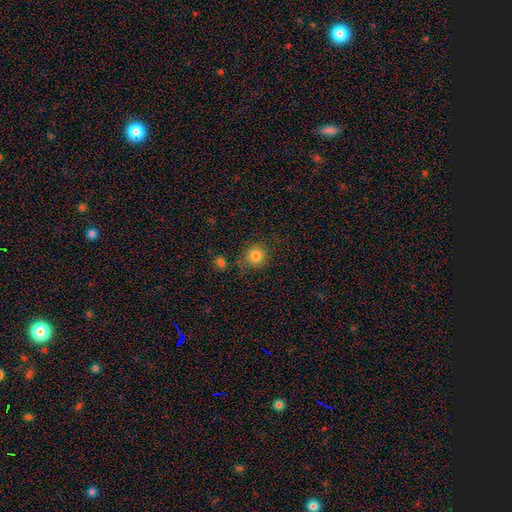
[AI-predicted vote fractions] A smooth galaxy with no disk features (82%) that is round (91%).

Vote fractions:
- Smooth or featured? smooth: 82% / star or artifact: 12% / featured or disk: 6%
- How rounded? round: 91% / in between: 8% / cigar-shaped: 1%
- Merging? none: 78% / minor disturbance: 12% / merger: 5% / major disturbance: 5%